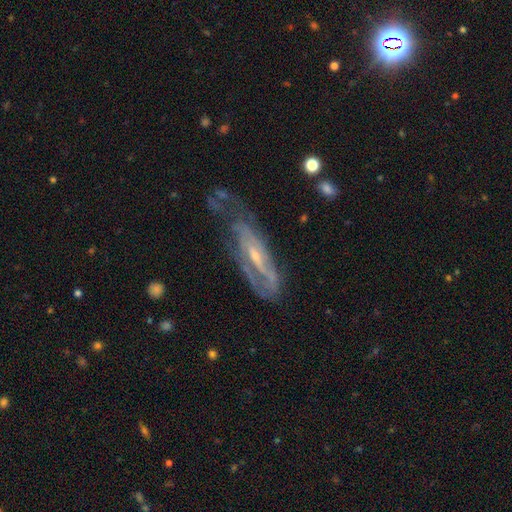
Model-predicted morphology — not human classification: A featured or disk galaxy (78%) with no bar (38%), spiral arms (82%) and a small central bulge (65%). Merging: none (44%).